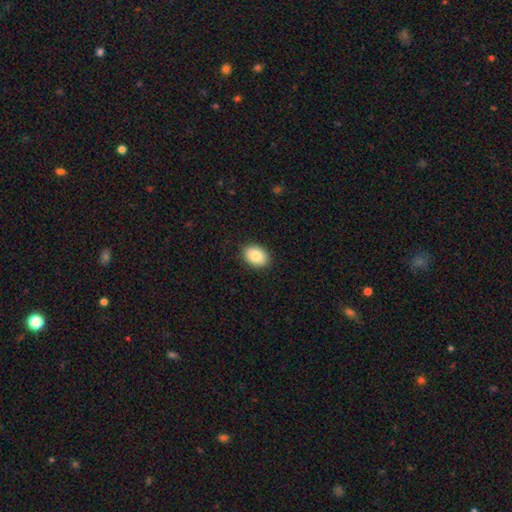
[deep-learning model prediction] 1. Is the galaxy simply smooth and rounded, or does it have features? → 86% smooth, 7% featured or disk, 7% star or artifact.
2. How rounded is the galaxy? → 76% in between, 23% round, 1% cigar-shaped.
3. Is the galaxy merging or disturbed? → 90% none, 8% minor disturbance, 2% major disturbance, 1% merger.